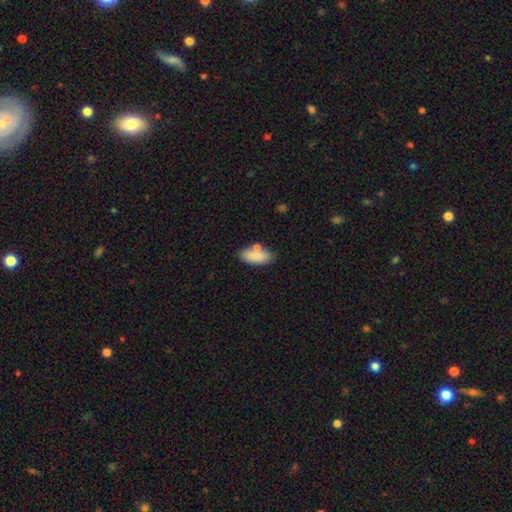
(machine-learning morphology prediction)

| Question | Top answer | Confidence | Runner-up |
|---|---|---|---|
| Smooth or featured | smooth | 86% | featured or disk (7%) |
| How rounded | in between | 81% | cigar-shaped (16%) |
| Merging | none | 71% | minor disturbance (14%) |